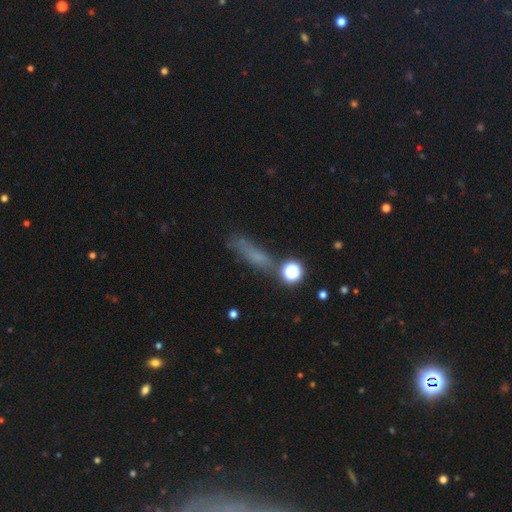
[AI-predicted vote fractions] Smooth or featured? Predicted: smooth (p=0.56). How rounded? Predicted: cigar-shaped (p=0.62). Merging? Predicted: none (p=0.57).